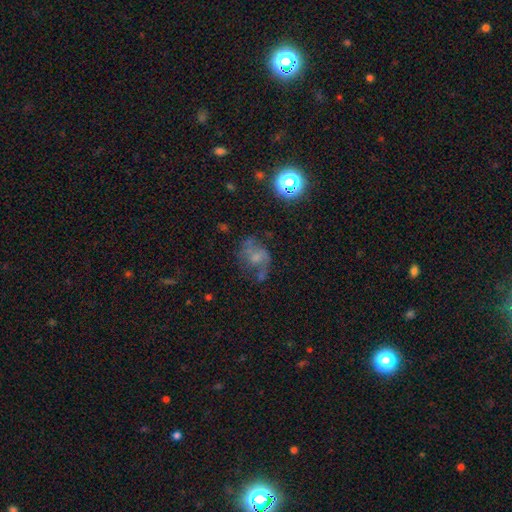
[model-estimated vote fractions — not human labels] The model was most divided on "smooth or featured": featured or disk: 48%, smooth: 34%, star or artifact: 18%. Remaining: merging — none (43%).